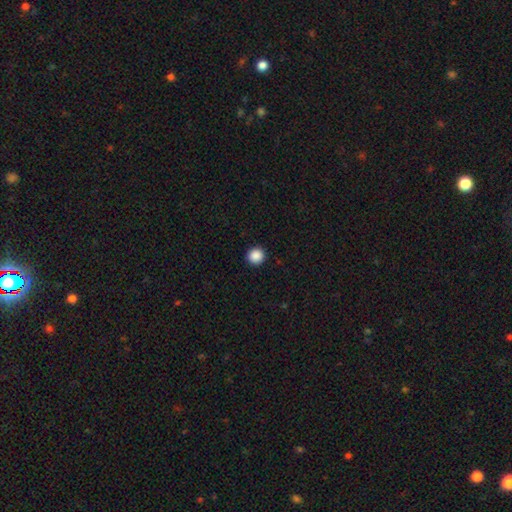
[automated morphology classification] smooth_or_featured: smooth (p=0.89) [alt: star or artifact p=0.09]
how_rounded: round (p=0.94) [alt: in between p=0.05]
merging: none (p=0.93) [alt: minor disturbance p=0.04]